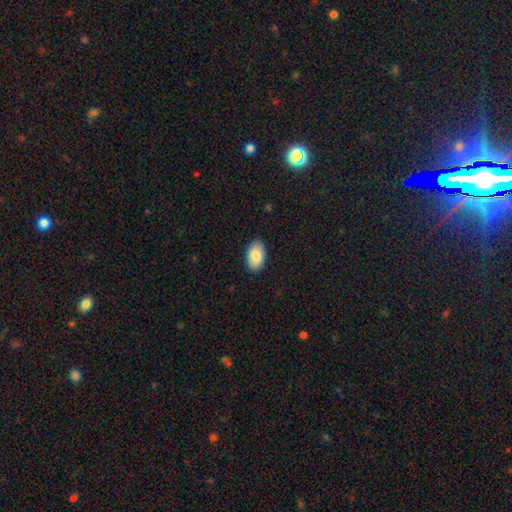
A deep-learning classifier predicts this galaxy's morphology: Smooth or featured: smooth — 84% (featured or disk — 10%)
How rounded: in between — 93% (round — 6%)
Merging: none — 88% (minor disturbance — 9%)